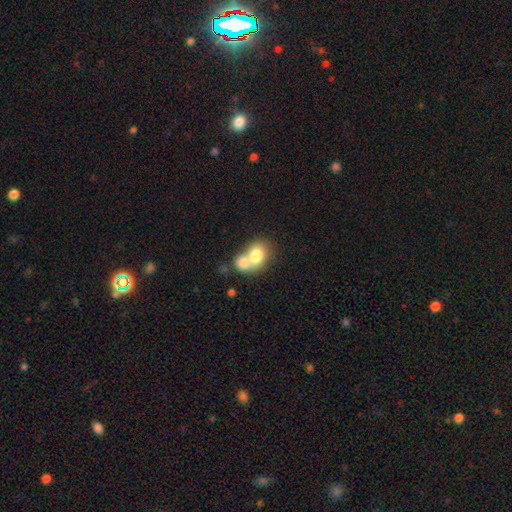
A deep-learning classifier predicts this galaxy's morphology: Q: Smooth or featured?
A: smooth (74%); runner-up: featured or disk (18%)
Q: How rounded?
A: round (52%); runner-up: in between (47%)
Q: Merging?
A: merger (70%); runner-up: none (21%)